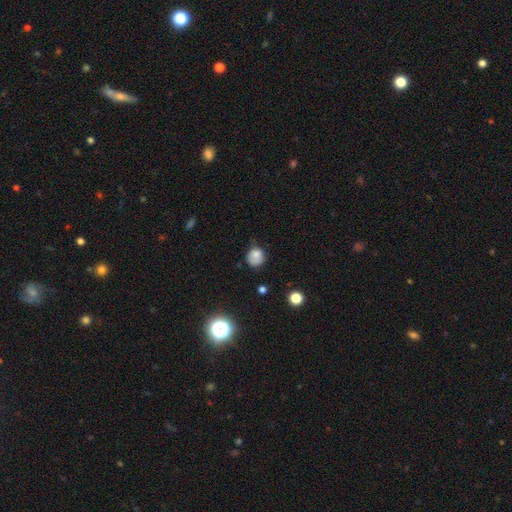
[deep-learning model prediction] Q: Smooth or featured?
A: smooth (76%); runner-up: featured or disk (13%)
Q: How rounded?
A: round (80%); runner-up: in between (19%)
Q: Merging?
A: none (58%); runner-up: minor disturbance (29%)